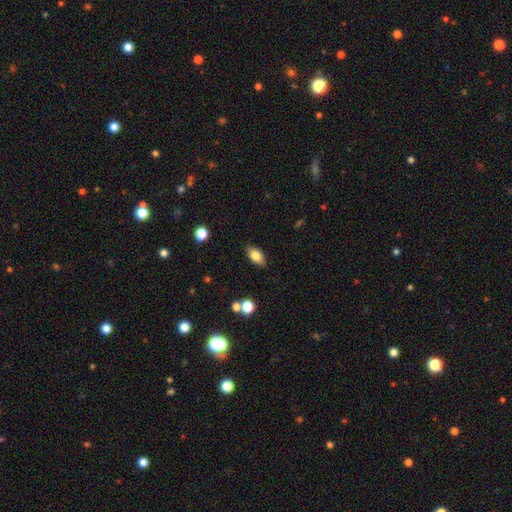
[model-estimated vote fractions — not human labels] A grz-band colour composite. It shows a smooth galaxy with no disk features (81%) that is in between round and cigar-shaped (90%). Merging: none (85%).